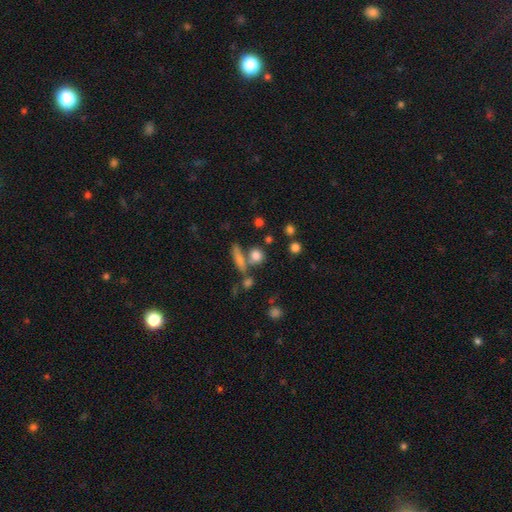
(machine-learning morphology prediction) Smooth or featured? smooth (77%)
How rounded? round (74%)
Merging? none (63%)